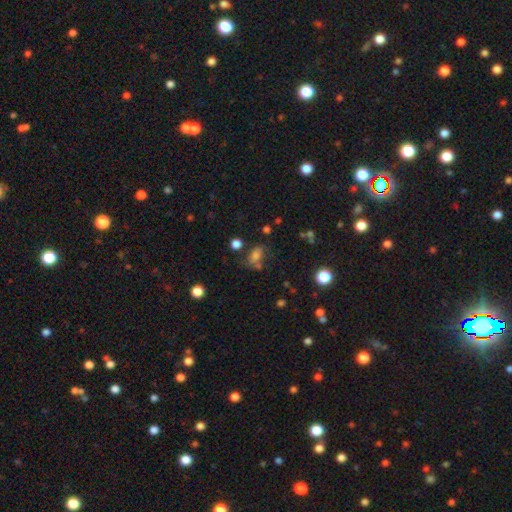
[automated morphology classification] Smooth or featured: smooth — 69% (star or artifact — 18%)
How rounded: in between — 77% (round — 20%)
Merging: none — 54% (minor disturbance — 21%)